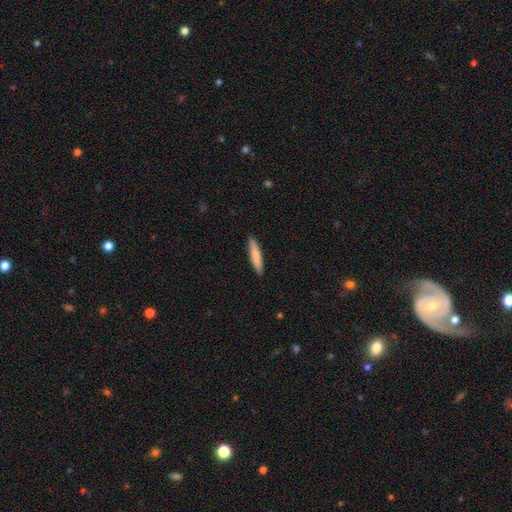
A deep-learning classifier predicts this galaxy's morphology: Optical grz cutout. It shows a smooth galaxy with no disk features (80%) that is cigar-shaped (88%). Merging: none (90%).